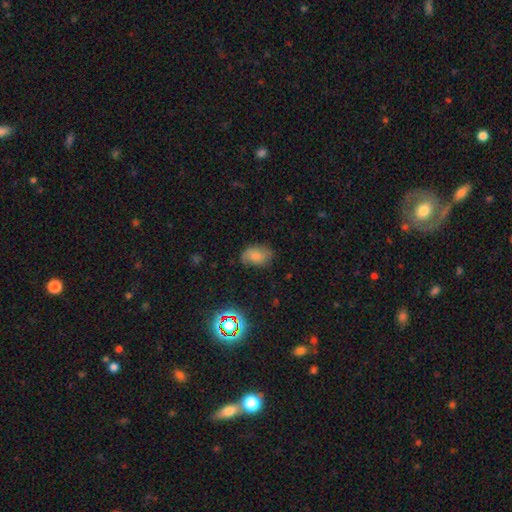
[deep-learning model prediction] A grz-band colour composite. It shows a smooth galaxy with no disk features (64%) that is in between round and cigar-shaped (85%). Merging: none (65%).